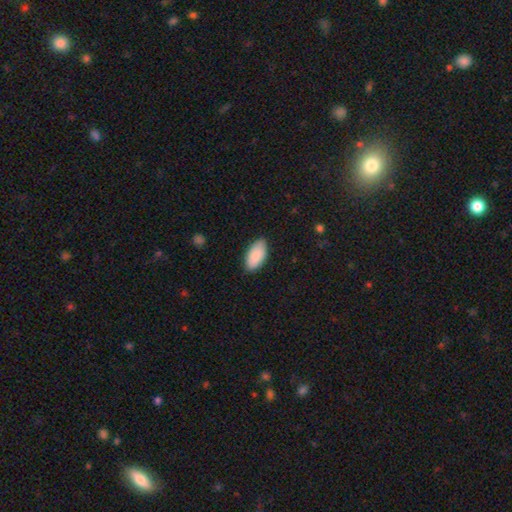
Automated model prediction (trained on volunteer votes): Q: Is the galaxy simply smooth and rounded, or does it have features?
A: smooth — 90%.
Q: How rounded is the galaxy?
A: in between — 94%.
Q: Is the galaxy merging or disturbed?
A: none — 85%.